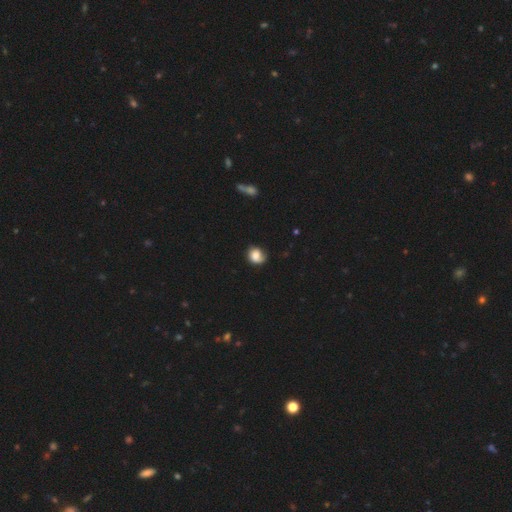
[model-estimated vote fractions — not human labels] A smooth galaxy with no disk features (70%) that is round (68%).

Vote fractions:
- Smooth or featured? smooth: 70% / featured or disk: 21% / star or artifact: 9%
- How rounded? round: 68% / in between: 31% / cigar-shaped: 1%
- Merging? none: 56% / minor disturbance: 31% / major disturbance: 11% / merger: 2%